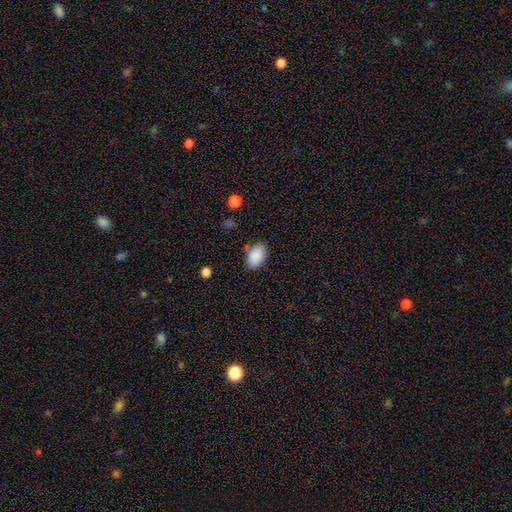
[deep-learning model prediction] A smooth galaxy with no disk features (89%) that is in between round and cigar-shaped (90%).

Vote fractions:
- Smooth or featured? smooth: 89% / star or artifact: 7% / featured or disk: 4%
- How rounded? in between: 90% / round: 8% / cigar-shaped: 1%
- Merging? none: 81% / minor disturbance: 13% / major disturbance: 3% / merger: 3%